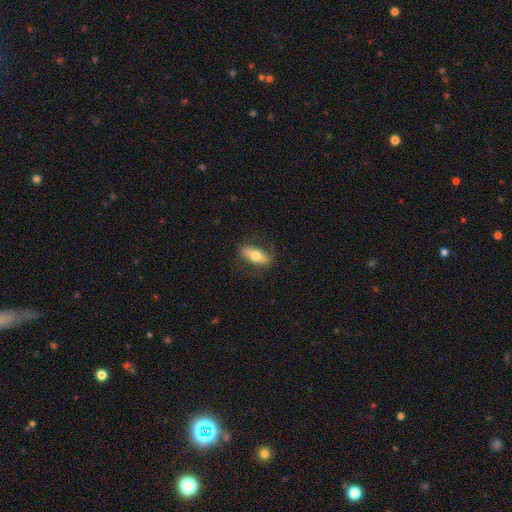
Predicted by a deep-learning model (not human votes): Overall: smooth (59%; featured or disk 34%). How rounded: in between (69%). Merging: none (80%).